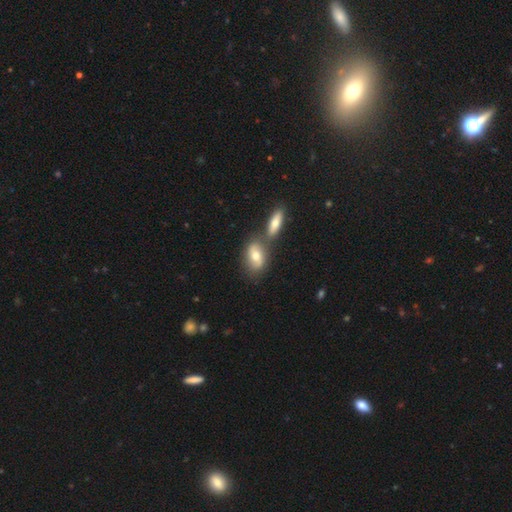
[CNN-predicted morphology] smooth 64%, featured or disk 29%, star or artifact 7%. Down the decision tree: how rounded — in between (84%); merging — none (50%).